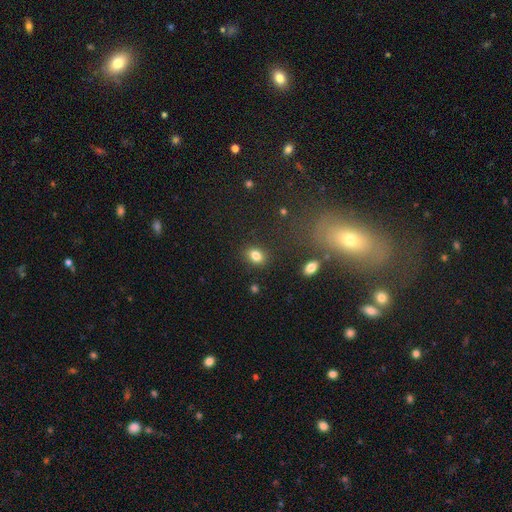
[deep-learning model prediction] A smooth galaxy with no disk features (83%) that is in between round and cigar-shaped (65%).

Vote fractions:
- Smooth or featured? smooth: 83% / star or artifact: 10% / featured or disk: 7%
- How rounded? in between: 65% / round: 34% / cigar-shaped: 1%
- Merging? none: 85% / minor disturbance: 10% / major disturbance: 3% / merger: 3%